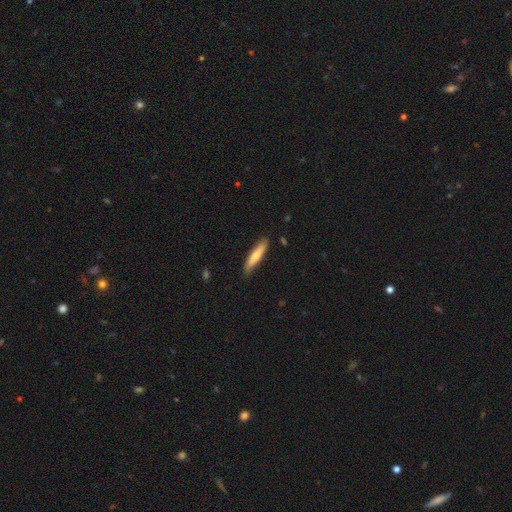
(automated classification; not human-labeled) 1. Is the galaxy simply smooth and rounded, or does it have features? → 66% smooth, 29% featured or disk, 6% star or artifact.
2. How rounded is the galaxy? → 83% cigar-shaped, 16% in between, 1% round.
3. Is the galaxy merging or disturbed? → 84% none, 13% minor disturbance, 2% major disturbance, 1% merger.